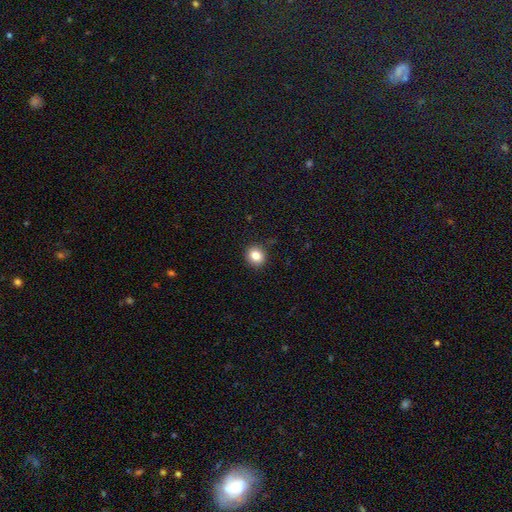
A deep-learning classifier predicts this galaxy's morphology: smooth 83%, star or artifact 10%, featured or disk 6%. Down the decision tree: how rounded — round (82%); merging — none (90%).